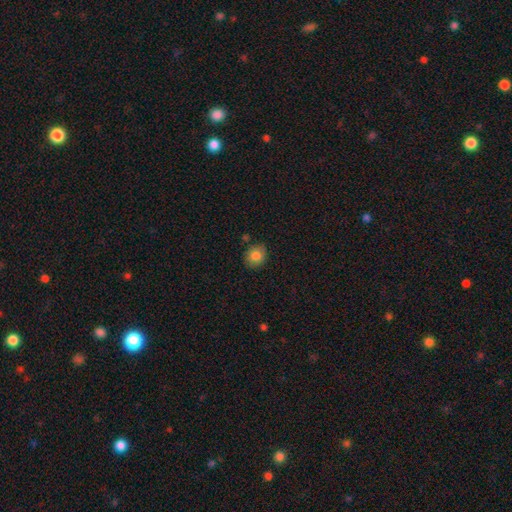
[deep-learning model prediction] A smooth galaxy with no disk features (82%) that is round (71%). Merging: none (83%).